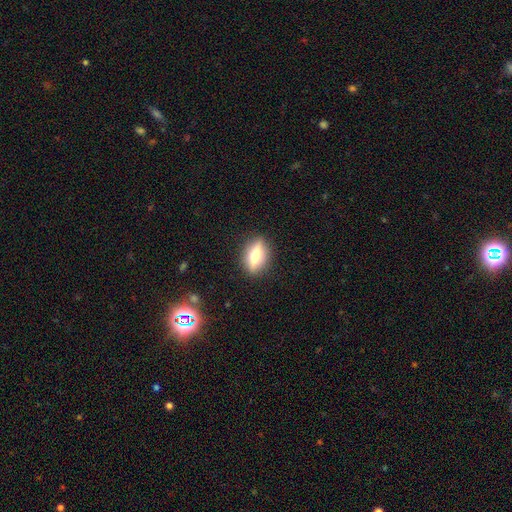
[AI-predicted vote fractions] This is possibly a featured or disk galaxy (46%, tied with smooth). Merging: clearly none (87%).